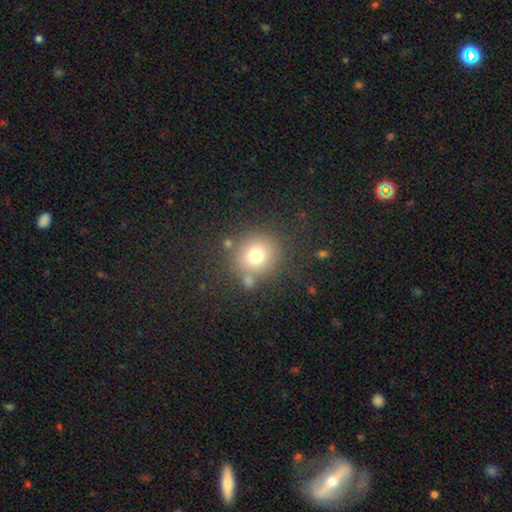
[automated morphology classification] Smooth or featured? smooth (74%)
How rounded? round (87%)
Merging? none (76%)